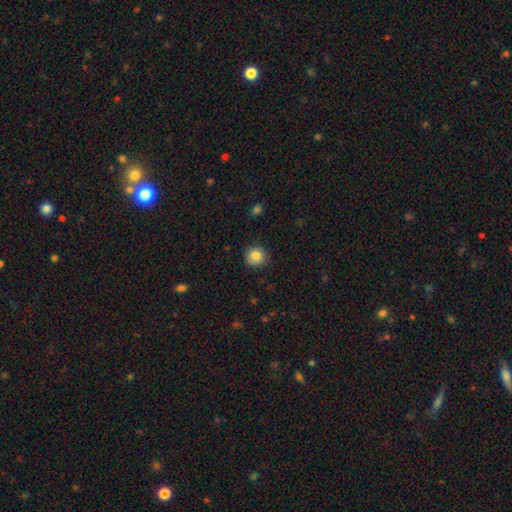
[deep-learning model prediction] This is clearly a smooth galaxy (81%). How rounded: clearly round (89%). Merging: clearly none (85%).